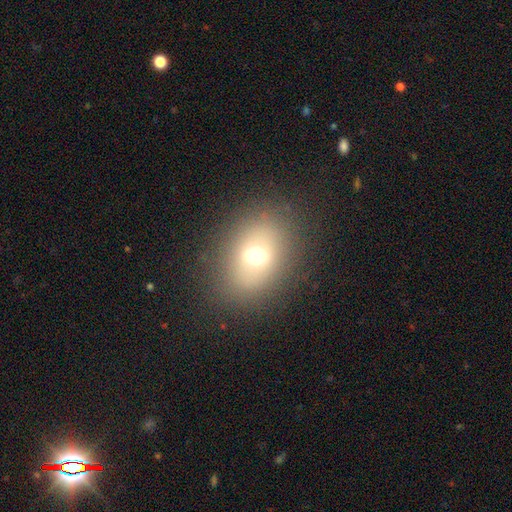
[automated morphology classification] smooth-or-featured: smooth: 59% | featured or disk: 24% | star or artifact: 18%
  how-rounded: in between: 60% | round: 39% | cigar-shaped: 1%
  merging: none: 82% | minor disturbance: 10% | major disturbance: 6% | merger: 1%